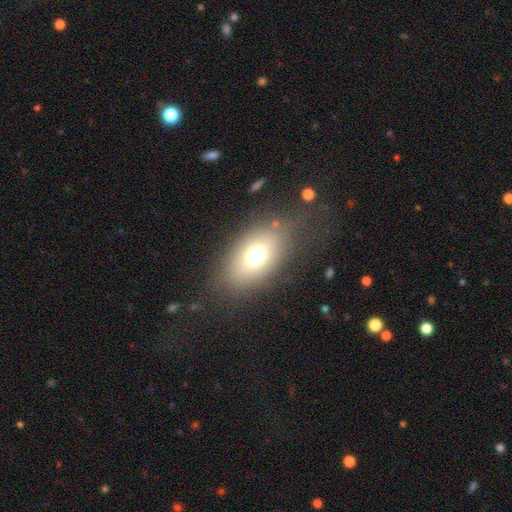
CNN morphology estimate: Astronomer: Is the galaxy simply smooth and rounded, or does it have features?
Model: smooth — 67%.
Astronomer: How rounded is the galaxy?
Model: in between — 77%.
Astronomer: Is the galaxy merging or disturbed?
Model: none — 73%.